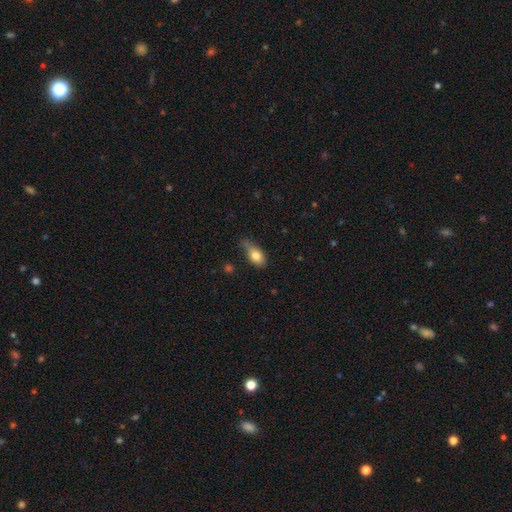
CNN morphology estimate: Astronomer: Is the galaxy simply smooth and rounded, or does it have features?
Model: smooth — 79%.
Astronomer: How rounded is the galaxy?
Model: in between — 84%.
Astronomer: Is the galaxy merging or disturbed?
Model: none — 47% (runner-up: minor disturbance, 38%).